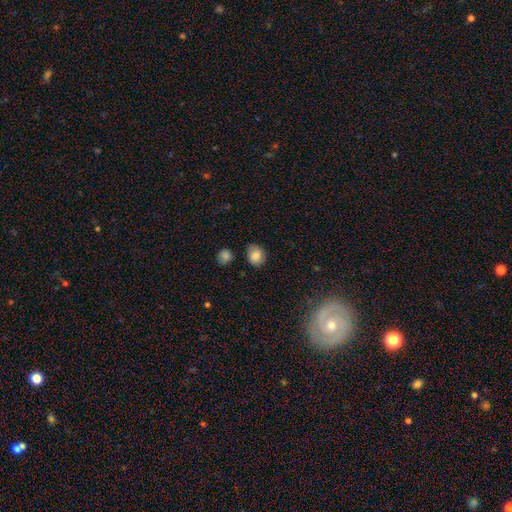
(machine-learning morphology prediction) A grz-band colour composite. It shows a smooth galaxy with no disk features (82%) that is round (60%). Merging: none (79%).